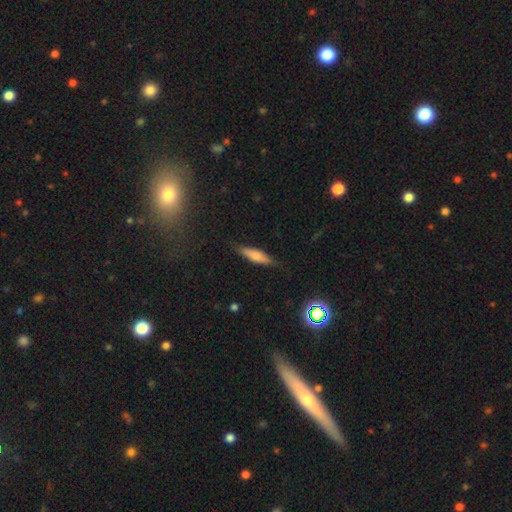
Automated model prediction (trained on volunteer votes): Smooth or featured? smooth (67%)
How rounded? cigar-shaped (64%)
Merging? none (80%)